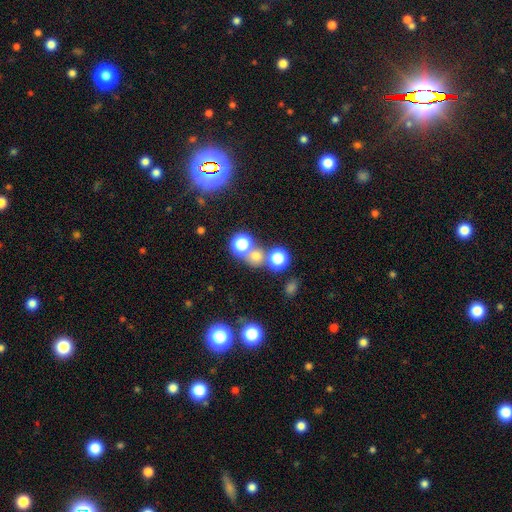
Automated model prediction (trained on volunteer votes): Q: Smooth or featured?
A: smooth (64%); runner-up: star or artifact (27%)
Q: How rounded?
A: round (86%); runner-up: in between (13%)
Q: Merging?
A: none (58%); runner-up: merger (32%)